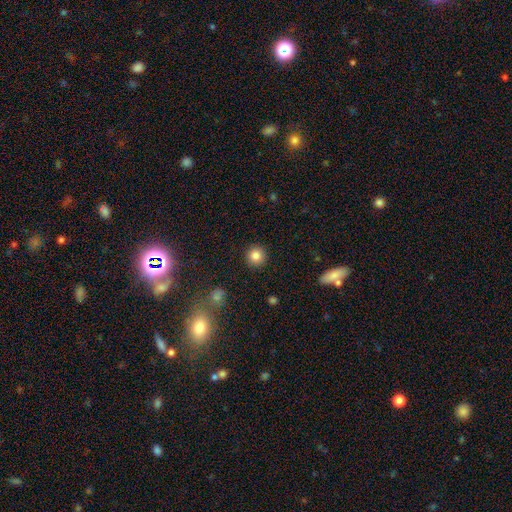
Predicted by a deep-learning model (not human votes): smooth_or_featured: smooth (p=0.84) [alt: star or artifact p=0.11]
how_rounded: round (p=0.94) [alt: in between p=0.05]
merging: none (p=0.92) [alt: minor disturbance p=0.05]